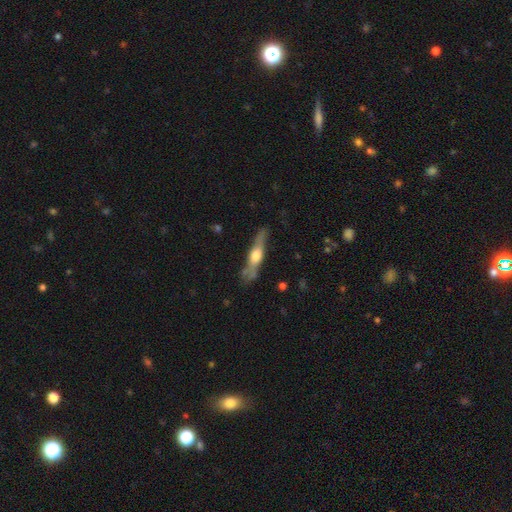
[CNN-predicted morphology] type=featured or disk (60%); edge-on=yes (91%); edge-on bulge=rounded (90%); merging=none (72%).